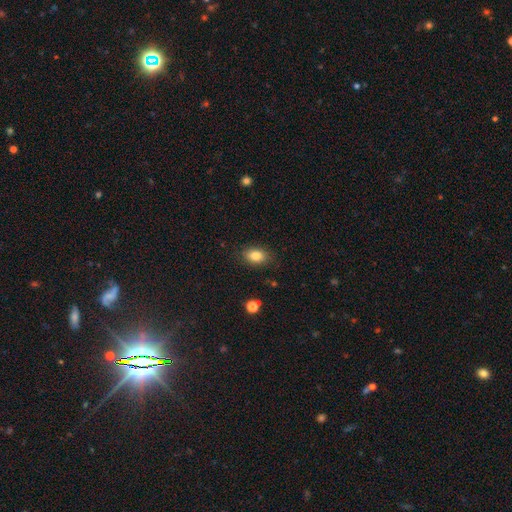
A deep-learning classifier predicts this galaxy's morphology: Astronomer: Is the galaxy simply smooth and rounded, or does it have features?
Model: smooth — 82%.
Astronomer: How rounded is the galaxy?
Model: in between — 81%.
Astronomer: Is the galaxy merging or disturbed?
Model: none — 84%.